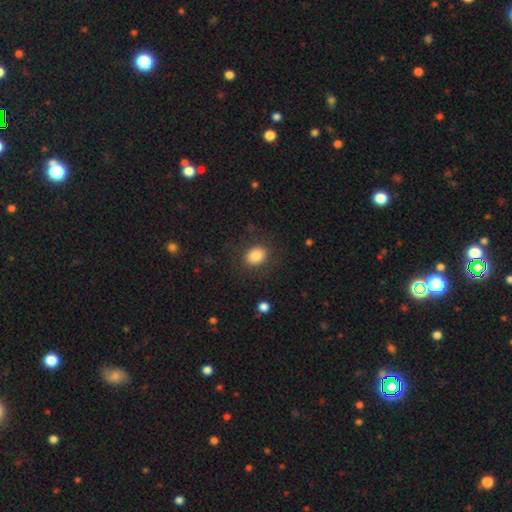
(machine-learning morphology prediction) Smooth or featured? smooth (84%)
How rounded? in between (54%)
Merging? none (84%)